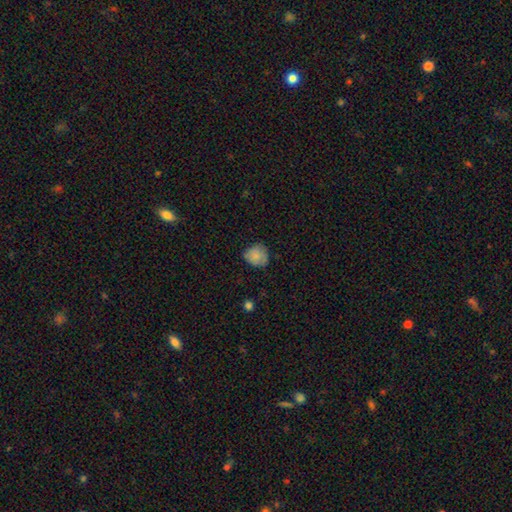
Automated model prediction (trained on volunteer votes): This appears to be a smooth galaxy with no disk features (80%) that is round (80%). Merging: none (67%).